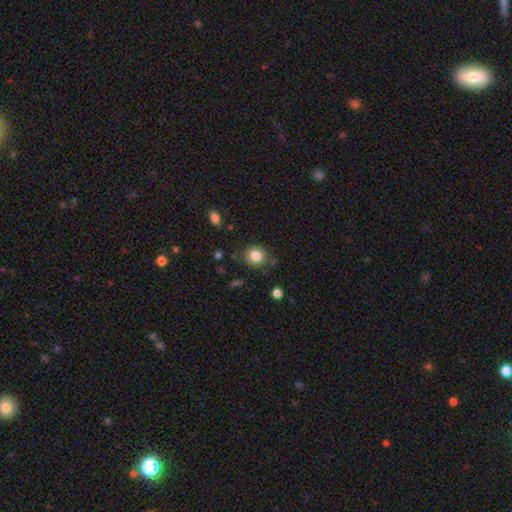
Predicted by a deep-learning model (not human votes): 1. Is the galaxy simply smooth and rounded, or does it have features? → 83% smooth, 10% star or artifact, 7% featured or disk.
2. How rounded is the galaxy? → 84% round, 16% in between, 1% cigar-shaped.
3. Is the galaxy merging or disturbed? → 81% none, 12% minor disturbance, 3% merger, 3% major disturbance.